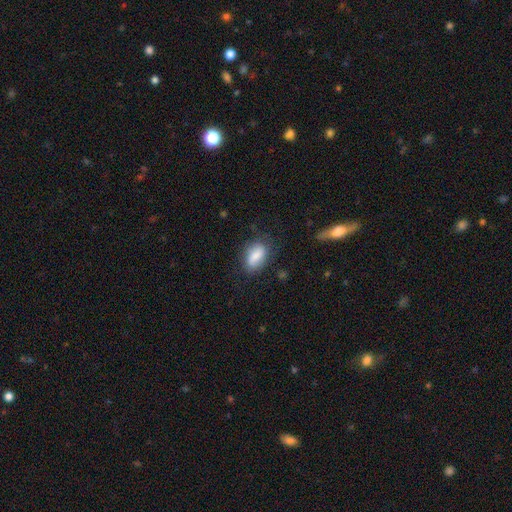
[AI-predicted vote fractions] smooth 81%, featured or disk 12%, star or artifact 7%. Down the decision tree: how rounded — in between (88%); merging — none (73%).